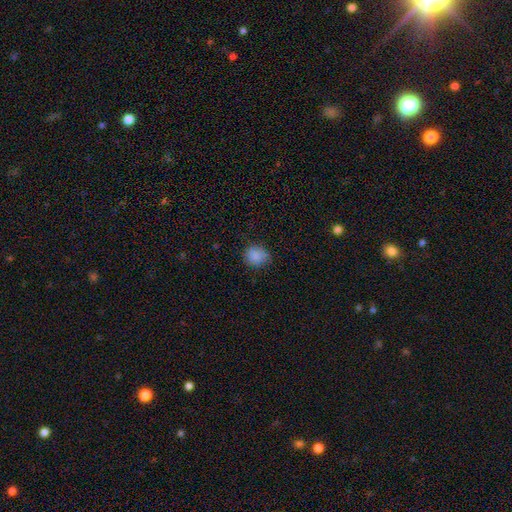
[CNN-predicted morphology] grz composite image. It shows a smooth galaxy with no disk features (85%) that is round (83%). Merging: none (80%).